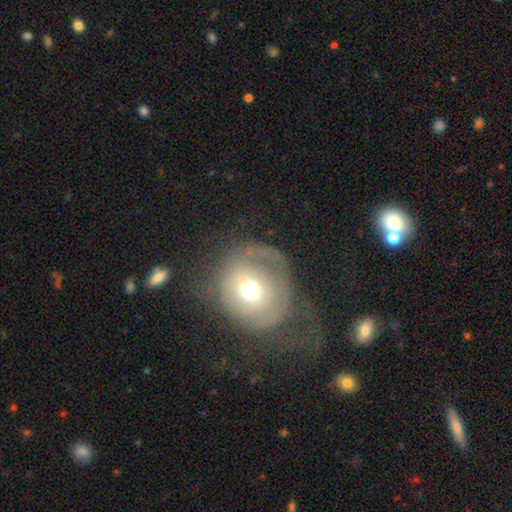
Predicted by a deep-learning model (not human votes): A featured or disk galaxy (57%) with no bar (77%), spiral arms (56%) and a moderate central bulge (71%). Merging: none (38%).